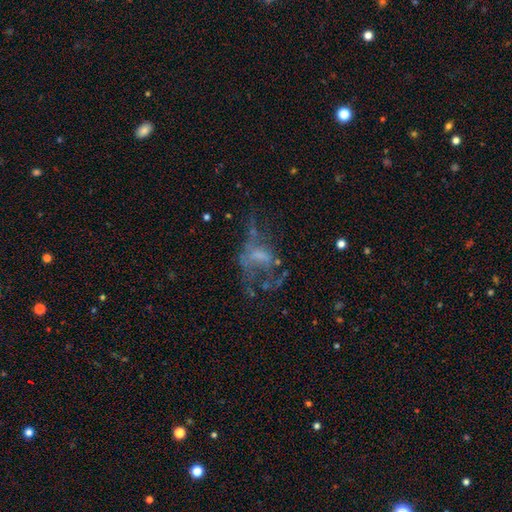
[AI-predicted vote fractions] Q: Smooth or featured?
A: featured or disk (55%); runner-up: star or artifact (26%)
Q: Edge-on disk?
A: no (94%); runner-up: yes (6%)
Q: Bar?
A: no (76%); runner-up: weak (19%)
Q: Spiral arms?
A: no (72%); runner-up: yes (28%)
Q: Bulge size?
A: none (36%); runner-up: small (35%)
Q: Merging?
A: major disturbance (42%); runner-up: none (38%)